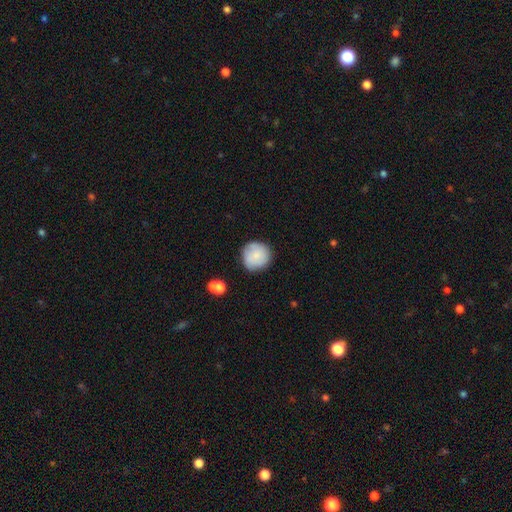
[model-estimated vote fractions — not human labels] Smooth or featured: smooth — 80% (featured or disk — 12%)
How rounded: round — 94% (in between — 5%)
Merging: none — 80% (minor disturbance — 14%)